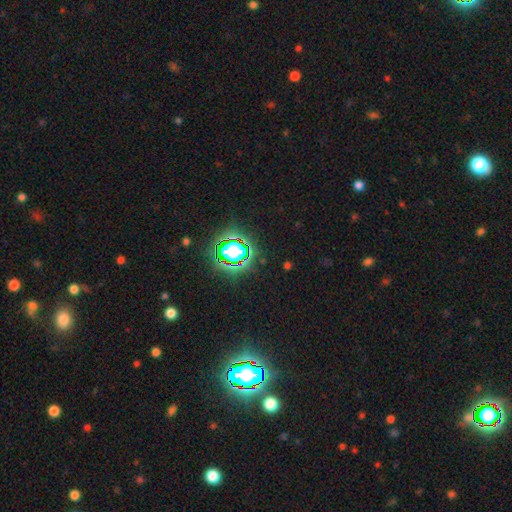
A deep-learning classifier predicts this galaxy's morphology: Smooth or featured?
  - star or artifact: 80% *
  - smooth: 12%
  - featured or disk: 7%